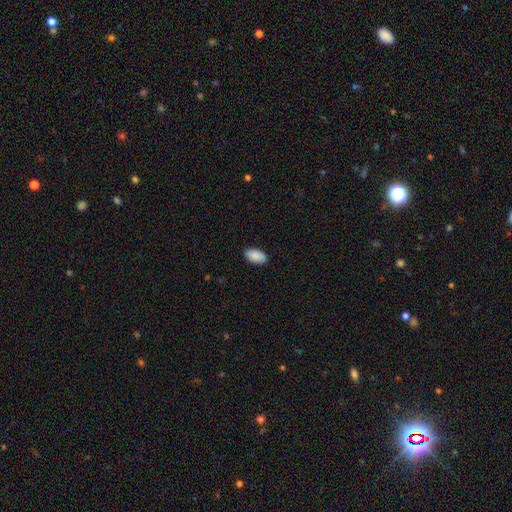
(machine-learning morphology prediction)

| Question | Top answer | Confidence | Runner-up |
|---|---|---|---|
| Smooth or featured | smooth | 90% | star or artifact (6%) |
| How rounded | in between | 95% | round (3%) |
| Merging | none | 89% | minor disturbance (9%) |